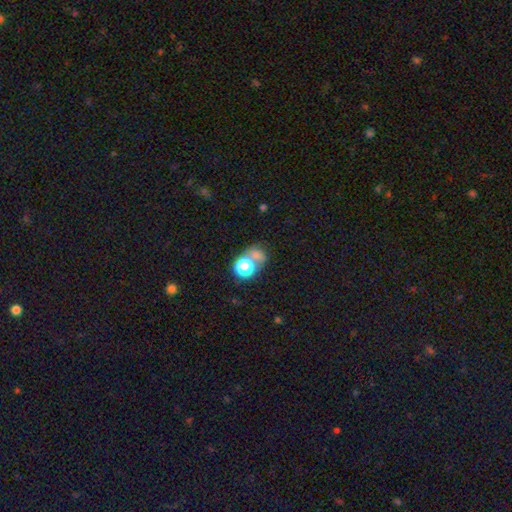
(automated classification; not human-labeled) The model was most divided on "merging": none: 42%, merger: 35%, minor disturbance: 12%, major disturbance: 11%. More confident: how rounded — round (68%); smooth or featured — smooth (59%).